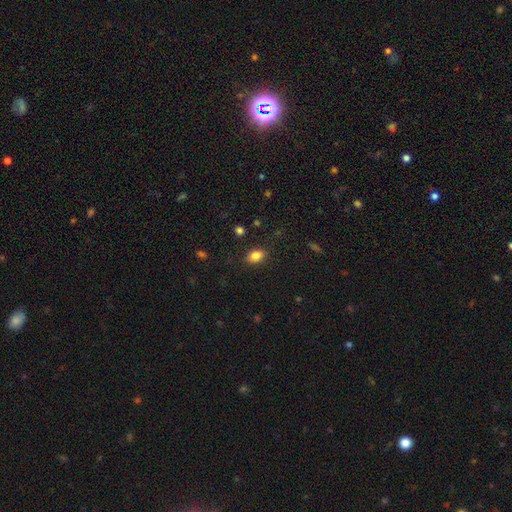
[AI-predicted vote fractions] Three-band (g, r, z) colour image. It shows a smooth galaxy with no disk features (84%) that is in between round and cigar-shaped (82%). Merging: none (86%).